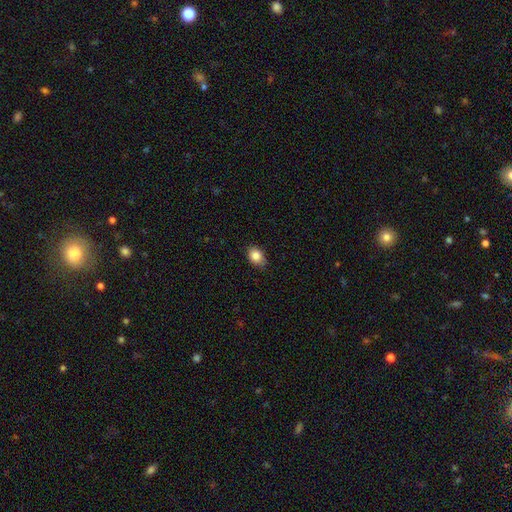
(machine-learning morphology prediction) The model was most divided on "how rounded": in between: 73%, round: 26%, cigar-shaped: 1%. More confident: smooth or featured — smooth (85%); merging — none (80%).